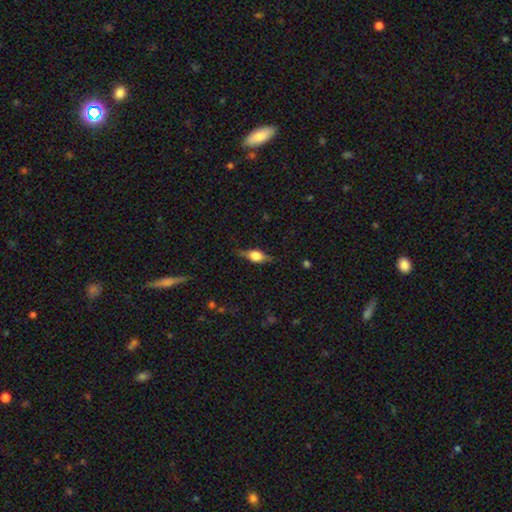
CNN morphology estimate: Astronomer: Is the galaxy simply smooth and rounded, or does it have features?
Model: smooth — 47% (runner-up: featured or disk, 45%).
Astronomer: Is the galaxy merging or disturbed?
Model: none — 76%.